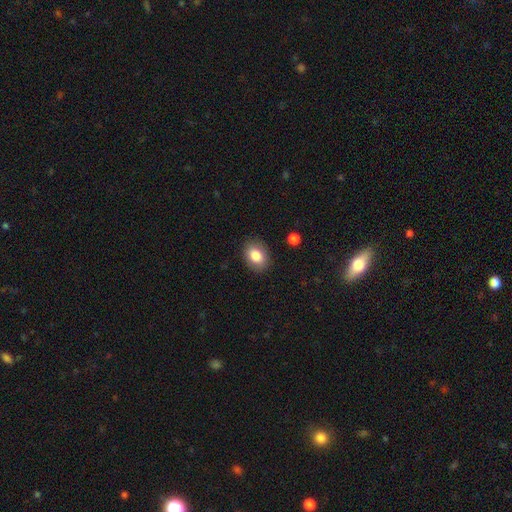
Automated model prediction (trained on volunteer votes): Smooth or featured? Predicted: smooth (p=0.84). How rounded? Predicted: in between (p=0.64). Merging? Predicted: none (p=0.87).